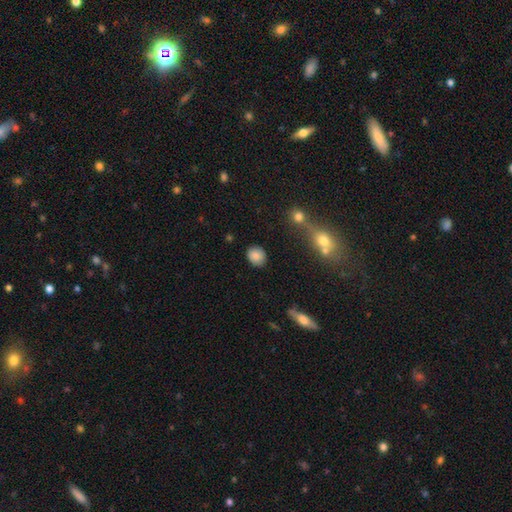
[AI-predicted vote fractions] Q: Smooth or featured?
A: smooth (84%); runner-up: star or artifact (10%)
Q: How rounded?
A: round (71%); runner-up: in between (28%)
Q: Merging?
A: none (86%); runner-up: minor disturbance (9%)